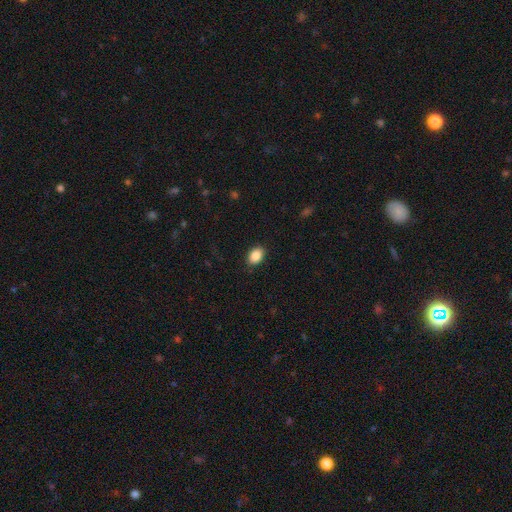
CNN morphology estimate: smooth_or_featured: smooth (p=0.87) [alt: star or artifact p=0.08]
how_rounded: in between (p=0.80) [alt: round p=0.19]
merging: none (p=0.89) [alt: minor disturbance p=0.08]